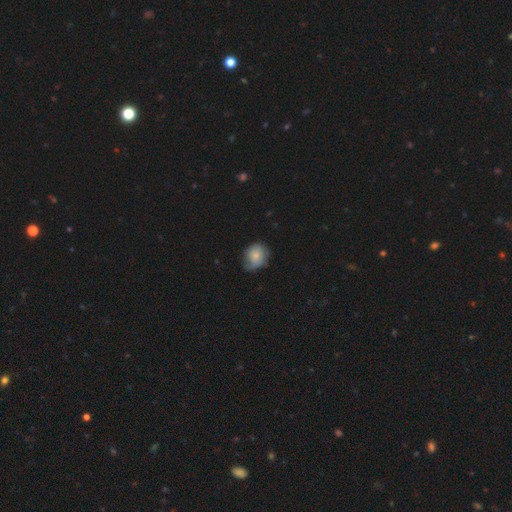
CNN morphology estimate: A smooth galaxy with no disk features (72%) that is round (57%).

Vote fractions:
- Smooth or featured? smooth: 72% / featured or disk: 21% / star or artifact: 8%
- How rounded? round: 57% / in between: 42% / cigar-shaped: 1%
- Merging? none: 50% / minor disturbance: 37% / major disturbance: 12% / merger: 2%